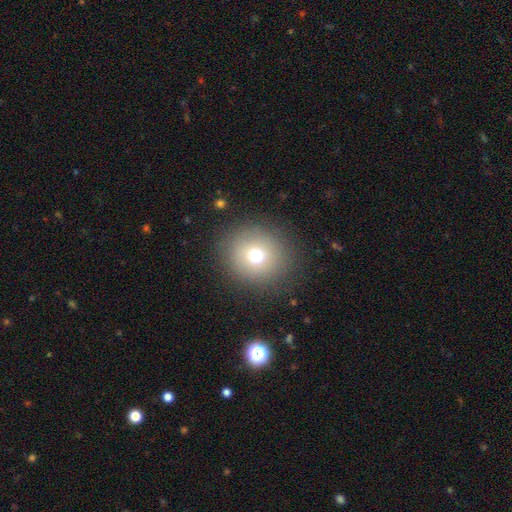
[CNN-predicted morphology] A smooth galaxy with no disk features (71%) that is round (92%). Merging: none (88%).